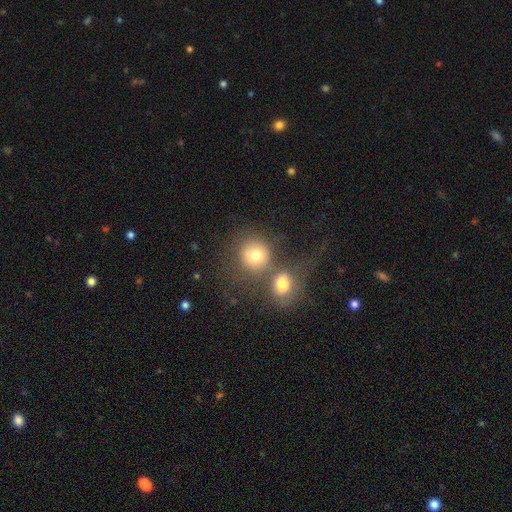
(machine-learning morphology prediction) smooth_or_featured: smooth (p=0.74) [alt: featured or disk p=0.14]
how_rounded: round (p=0.84) [alt: in between p=0.15]
merging: none (p=0.46) [alt: merger p=0.36]